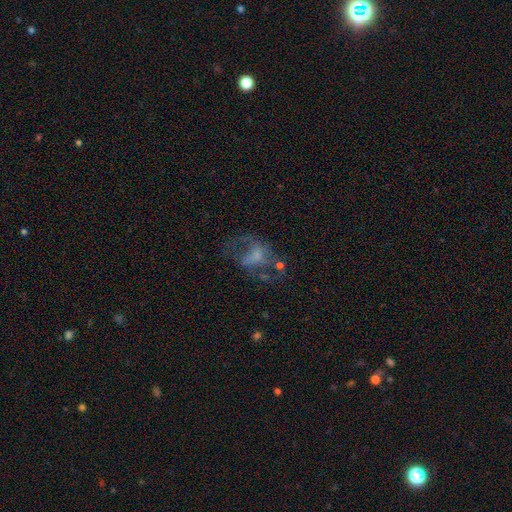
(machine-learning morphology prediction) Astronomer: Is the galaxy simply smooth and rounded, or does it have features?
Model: featured or disk — 57%.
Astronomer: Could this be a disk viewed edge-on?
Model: no — 96%.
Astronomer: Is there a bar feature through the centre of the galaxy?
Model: no — 60%.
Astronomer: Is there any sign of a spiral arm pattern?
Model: no — 51% (runner-up: yes, 49%).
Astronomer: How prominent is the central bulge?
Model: small — 36% (runner-up: none, 31%).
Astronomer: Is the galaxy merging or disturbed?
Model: none — 39% (runner-up: major disturbance, 37%).